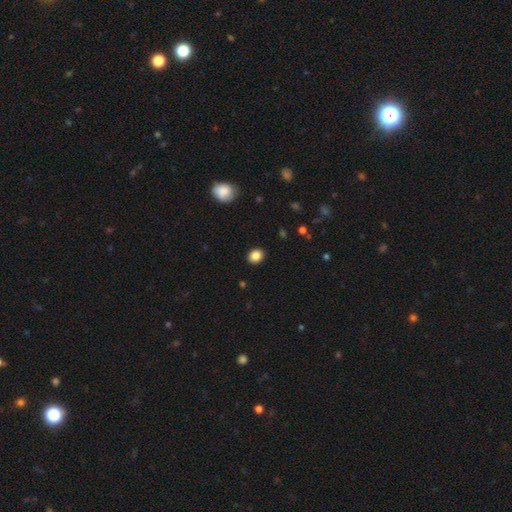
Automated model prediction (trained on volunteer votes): smooth_or_featured: smooth (p=0.85) [alt: star or artifact p=0.10]
how_rounded: round (p=0.59) [alt: in between p=0.40]
merging: none (p=0.90) [alt: minor disturbance p=0.07]